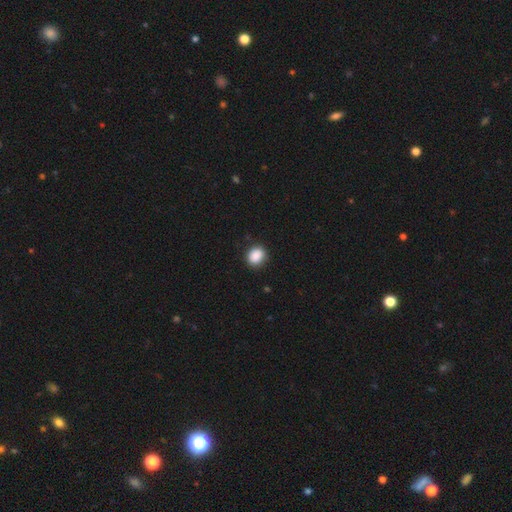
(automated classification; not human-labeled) The model was most divided on "how rounded": round: 62%, in between: 37%, cigar-shaped: 1%. More confident: smooth or featured — smooth (89%); merging — none (86%).